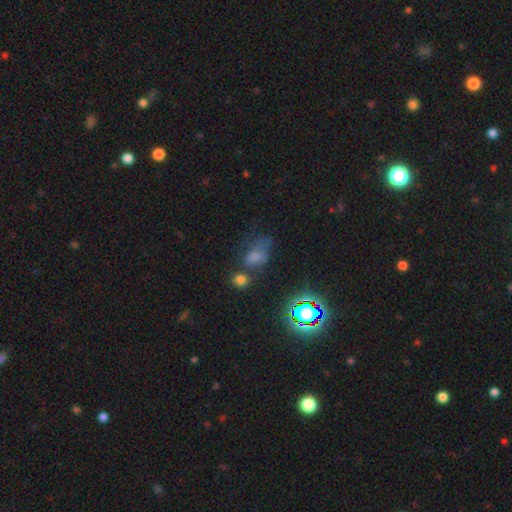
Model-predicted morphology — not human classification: Smooth or featured? smooth (57%)
How rounded? in between (75%)
Merging? none (33%)